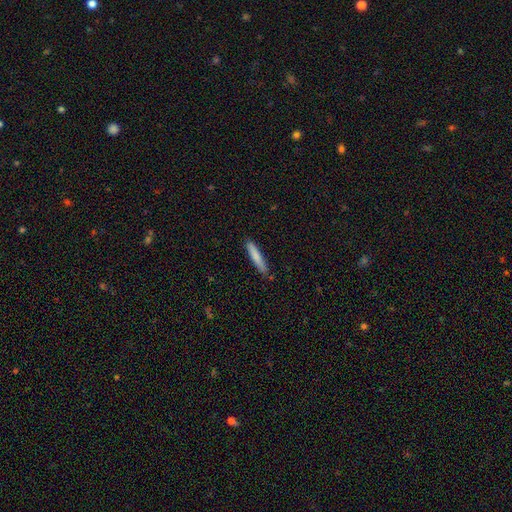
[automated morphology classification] type=smooth (80%); roundness=cigar-shaped (92%); merging=none (86%).